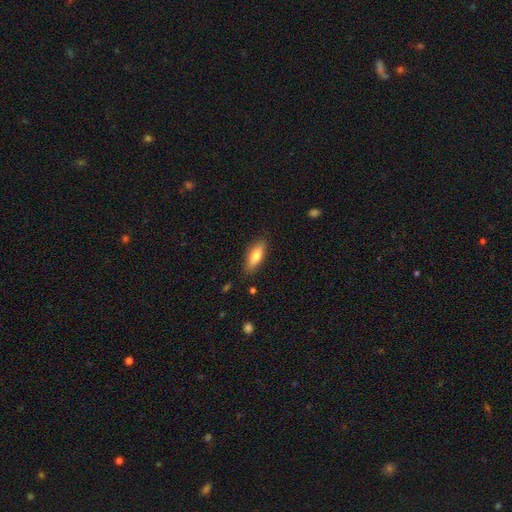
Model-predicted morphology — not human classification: Smooth or featured?
  - smooth: 75% *
  - featured or disk: 19%
  - star or artifact: 6%
How rounded?
  - in between: 64% *
  - cigar-shaped: 34%
  - round: 2%
Merging?
  - none: 85% *
  - minor disturbance: 11%
  - major disturbance: 2%
  - merger: 1%